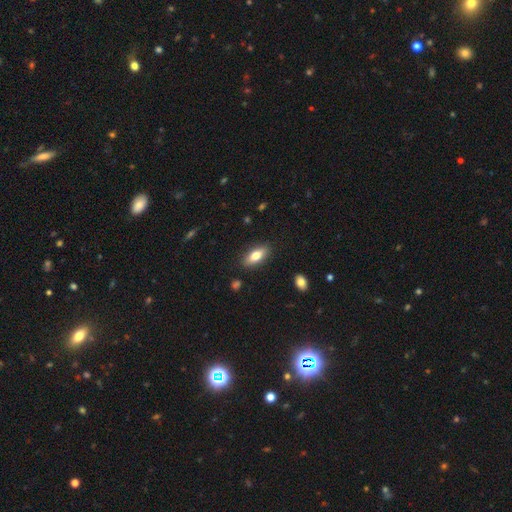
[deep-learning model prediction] Smooth or featured?
  - smooth: 74% *
  - featured or disk: 19%
  - star or artifact: 7%
How rounded?
  - in between: 75% *
  - cigar-shaped: 21%
  - round: 3%
Merging?
  - none: 87% *
  - minor disturbance: 10%
  - major disturbance: 2%
  - merger: 1%